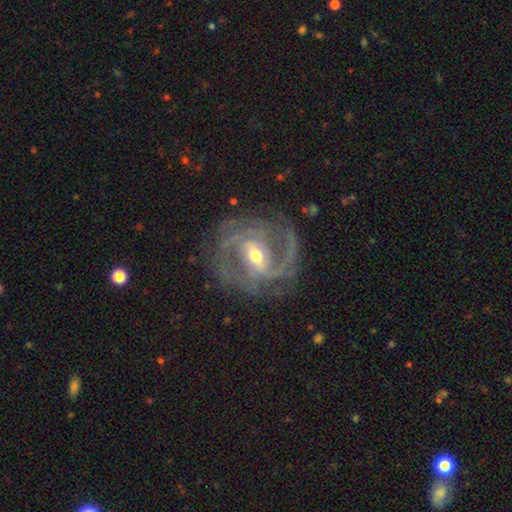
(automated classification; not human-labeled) The model was most divided on "bar": strong: 45%, weak: 43%, no: 13%. More confident: spiral arms — yes (97%); edge-on disk — no (97%); smooth or featured — featured or disk (91%); merging — none (76%); bulge size — moderate (61%); spiral arm count — 2 (60%); spiral winding — medium (51%).